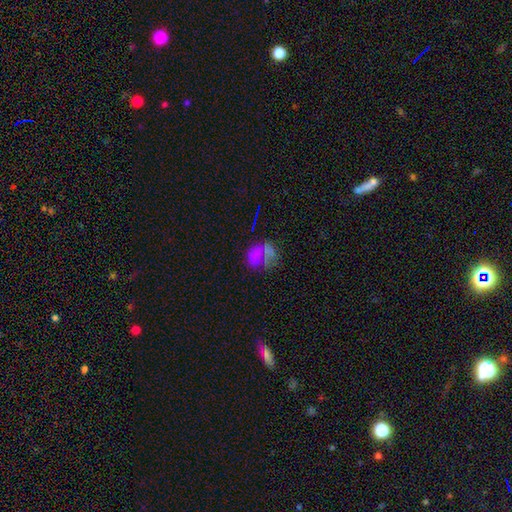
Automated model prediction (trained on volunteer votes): Smooth or featured?
  - smooth: 53% *
  - star or artifact: 26%
  - featured or disk: 21%
How rounded?
  - round: 52% *
  - in between: 45%
  - cigar-shaped: 3%
Merging?
  - none: 39% *
  - merger: 23%
  - major disturbance: 20%
  - minor disturbance: 18%